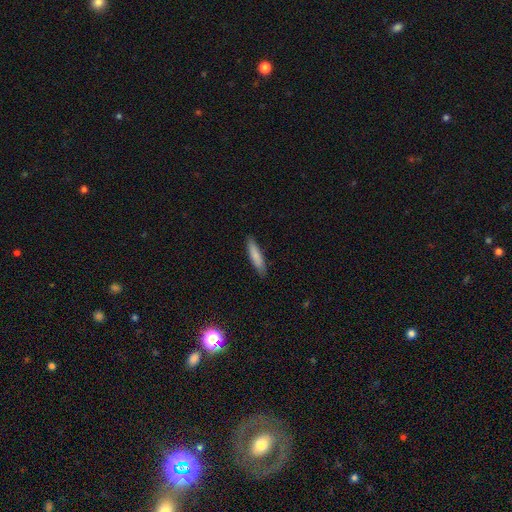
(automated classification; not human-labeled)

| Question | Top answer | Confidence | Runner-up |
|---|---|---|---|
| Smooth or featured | smooth | 82% | featured or disk (12%) |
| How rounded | cigar-shaped | 82% | in between (17%) |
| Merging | none | 88% | minor disturbance (10%) |